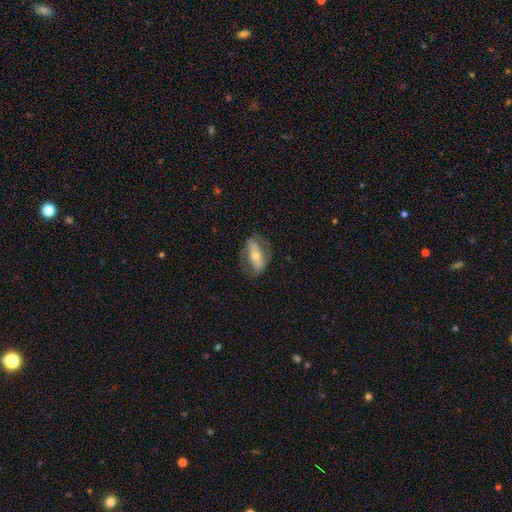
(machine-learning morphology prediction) Smooth or featured? featured or disk (57%)
Edge-on disk? no (86%)
Merging? none (71%)